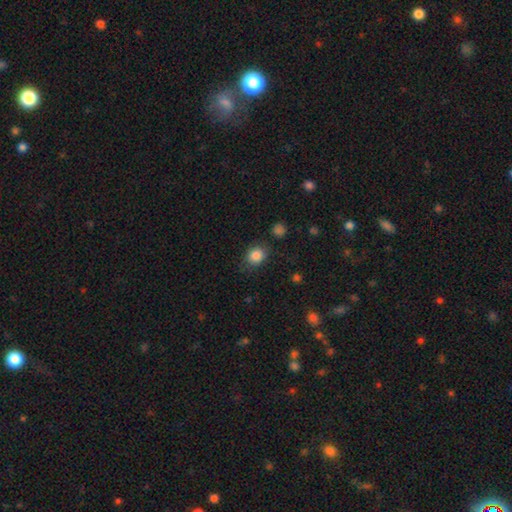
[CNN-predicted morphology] Overall: smooth (85%). How rounded: round (61%; in between 38%). Merging: none (77%).